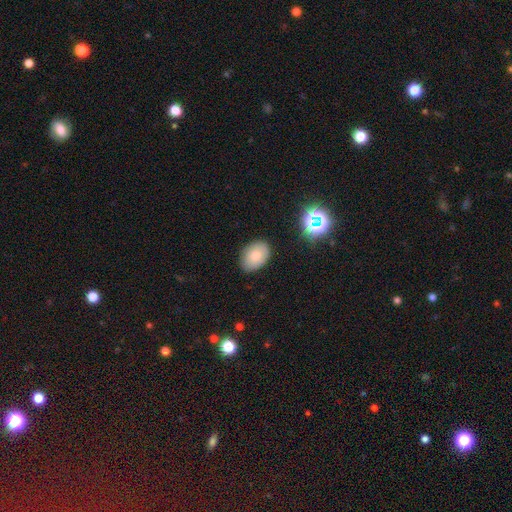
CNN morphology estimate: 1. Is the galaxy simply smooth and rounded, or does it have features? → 80% smooth, 10% featured or disk, 10% star or artifact.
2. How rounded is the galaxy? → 84% in between, 15% round, 1% cigar-shaped.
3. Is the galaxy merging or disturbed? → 85% none, 11% minor disturbance, 2% major disturbance, 1% merger.